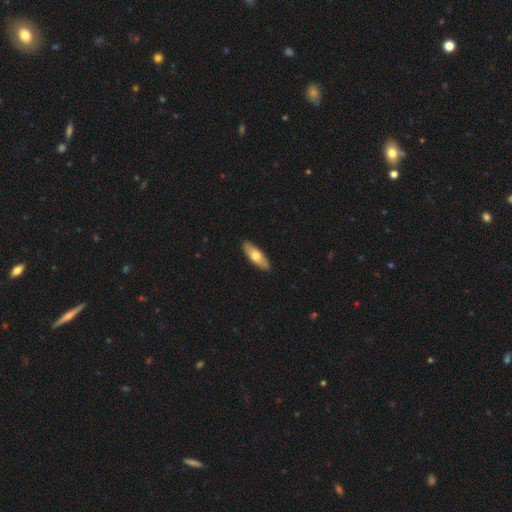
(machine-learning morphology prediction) Smooth or featured: smooth — 68% (featured or disk — 27%)
How rounded: in between — 59% (cigar-shaped — 39%)
Merging: none — 90% (minor disturbance — 7%)